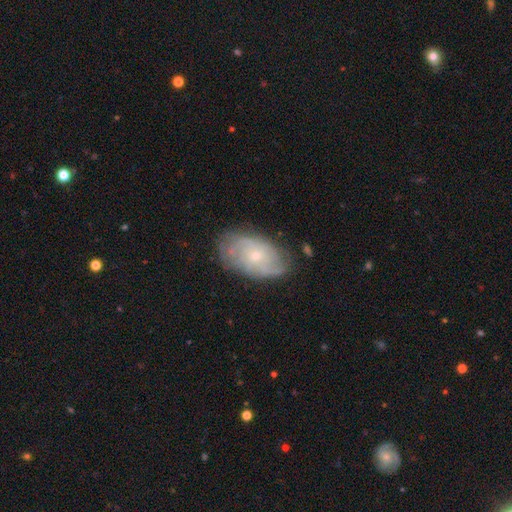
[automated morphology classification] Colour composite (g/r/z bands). It shows a featured or disk galaxy (70%) with no bar (79%), tight (57%) spiral arms (83%) and a small central bulge (75%). Merging: none (72%).